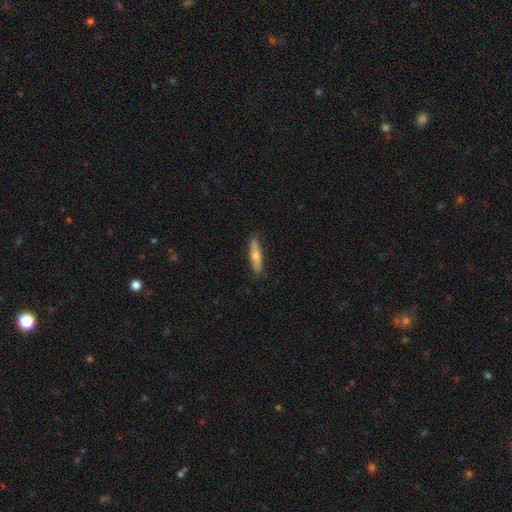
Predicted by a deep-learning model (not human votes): Smooth or featured: smooth — 56% (featured or disk — 38%)
How rounded: cigar-shaped — 78% (in between — 20%)
Merging: none — 81% (minor disturbance — 15%)